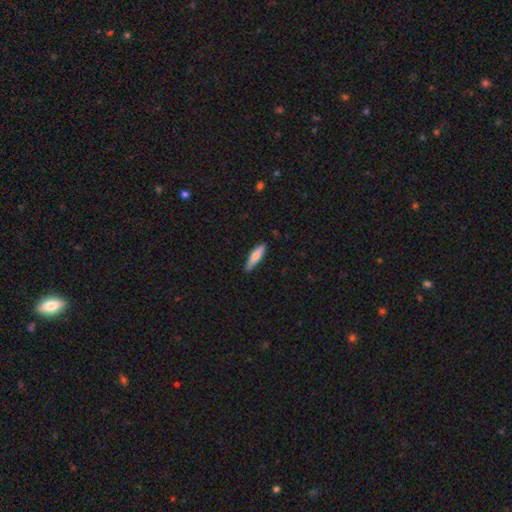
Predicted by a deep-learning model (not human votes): Smooth or featured: smooth — 74% (featured or disk — 20%)
How rounded: cigar-shaped — 77% (in between — 21%)
Merging: none — 81% (minor disturbance — 16%)